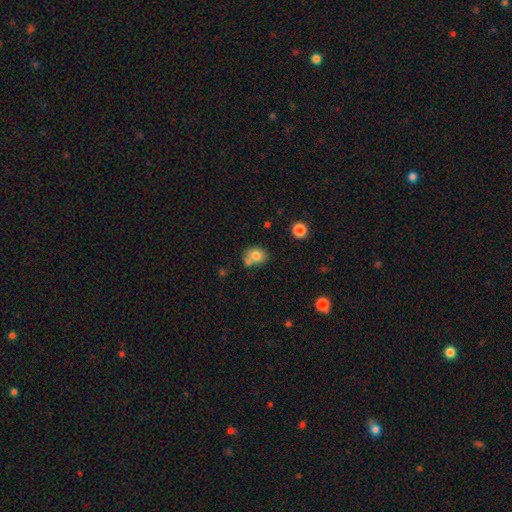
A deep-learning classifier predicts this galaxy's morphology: type=smooth (77%); roundness=round (62%); merging=none (51%).